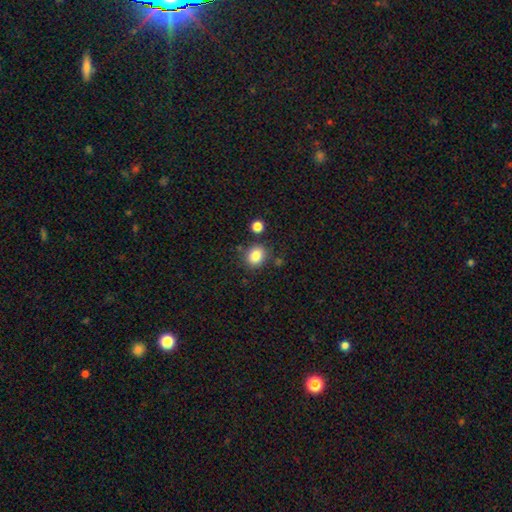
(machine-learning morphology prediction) Overall: smooth (84%). How rounded: round (62%; in between 37%). Merging: none (79%).